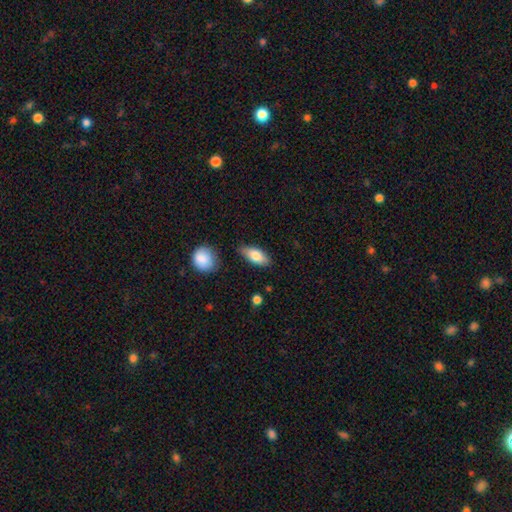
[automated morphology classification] Q: Smooth or featured?
A: smooth (78%); runner-up: featured or disk (16%)
Q: How rounded?
A: in between (82%); runner-up: cigar-shaped (15%)
Q: Merging?
A: none (80%); runner-up: minor disturbance (14%)